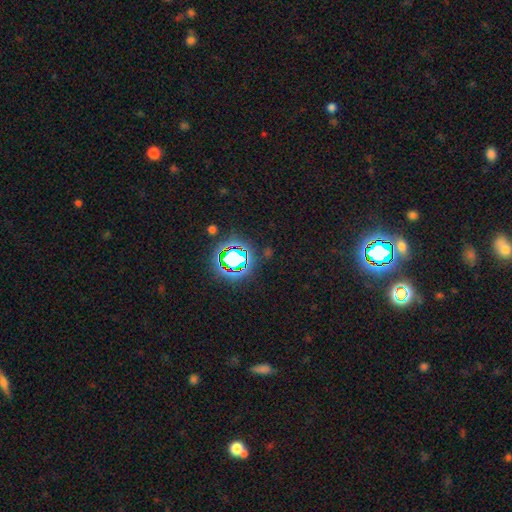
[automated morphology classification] Q: Smooth or featured?
A: star or artifact (81%); runner-up: smooth (11%)